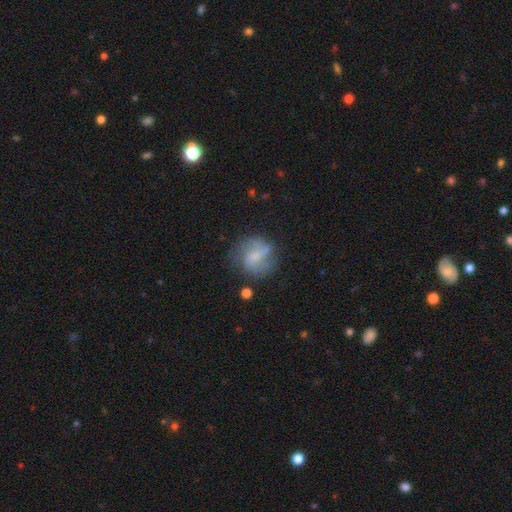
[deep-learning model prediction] This appears to be a featured or disk galaxy (53%) with a weak bar (45%), spiral arms (77%) and a small central bulge (40%). Merging: none (62%).